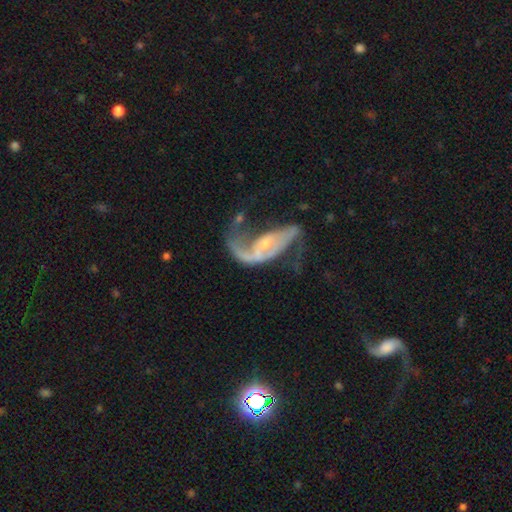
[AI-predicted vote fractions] Smooth or featured? featured or disk (77%)
Edge-on disk? no (94%)
Bar? no (62%)
Spiral arms? yes (73%)
Spiral winding? loose (67%)
Spiral arm count? 1 (44%)
Bulge size? small (57%)
Merging? major disturbance (53%)